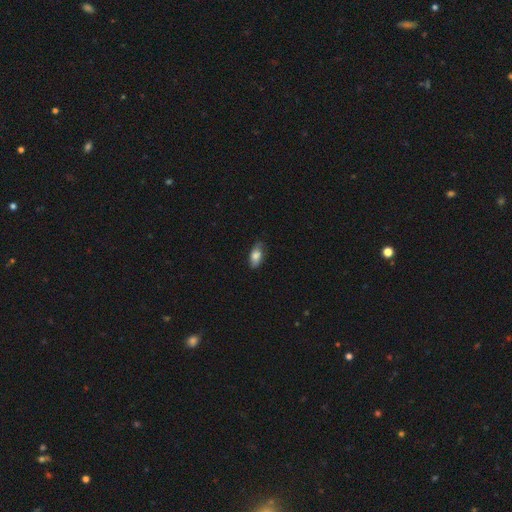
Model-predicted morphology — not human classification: Smooth or featured: smooth — 77% (featured or disk — 16%)
How rounded: in between — 89% (cigar-shaped — 7%)
Merging: none — 75% (minor disturbance — 20%)